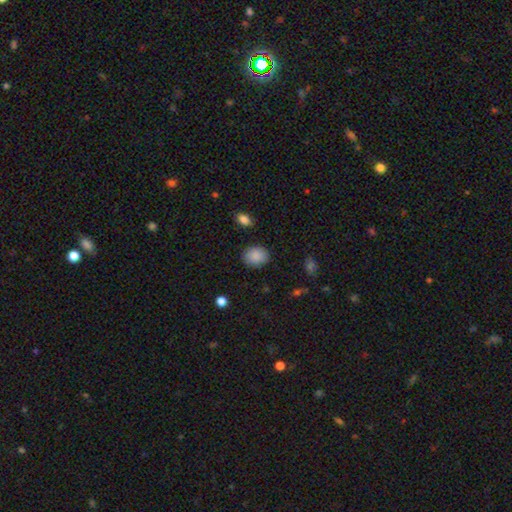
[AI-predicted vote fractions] smooth 89%, star or artifact 8%, featured or disk 4%. Down the decision tree: how rounded — round (50%); merging — none (87%).